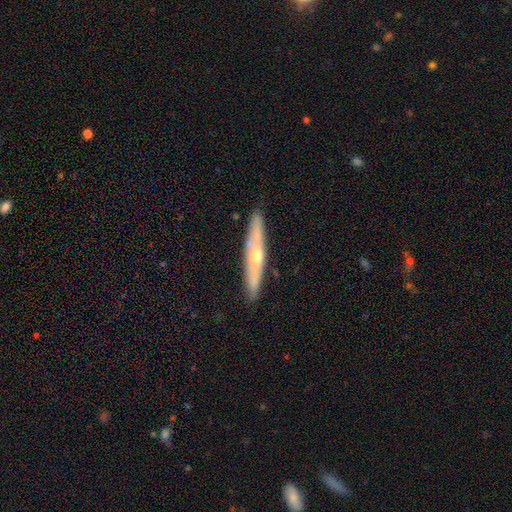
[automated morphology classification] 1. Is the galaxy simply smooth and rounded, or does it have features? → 58% featured or disk, 37% smooth, 6% star or artifact.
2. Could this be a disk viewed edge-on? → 85% yes, 15% no.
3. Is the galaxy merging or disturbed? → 88% none, 9% minor disturbance, 2% major disturbance, 1% merger.